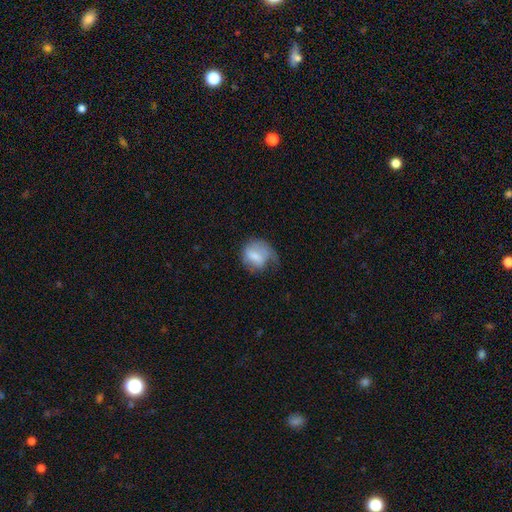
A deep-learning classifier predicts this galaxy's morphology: smooth 59%, featured or disk 34%, star or artifact 7%. Down the decision tree: how rounded — round (60%); merging — major disturbance (35%).